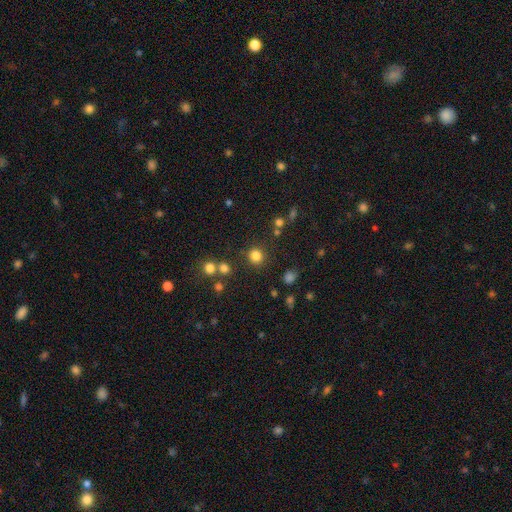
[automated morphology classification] A smooth galaxy with no disk features (80%) that is round (91%). Merging: none (85%).